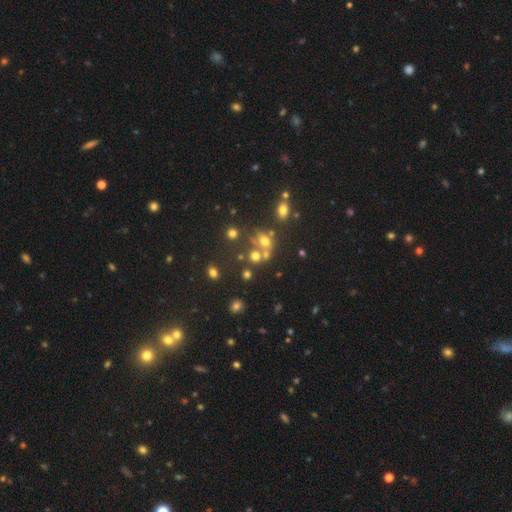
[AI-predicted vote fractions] Q: Smooth or featured?
A: smooth (56%); runner-up: star or artifact (26%)
Q: How rounded?
A: round (68%); runner-up: in between (30%)
Q: Merging?
A: none (44%); runner-up: merger (38%)